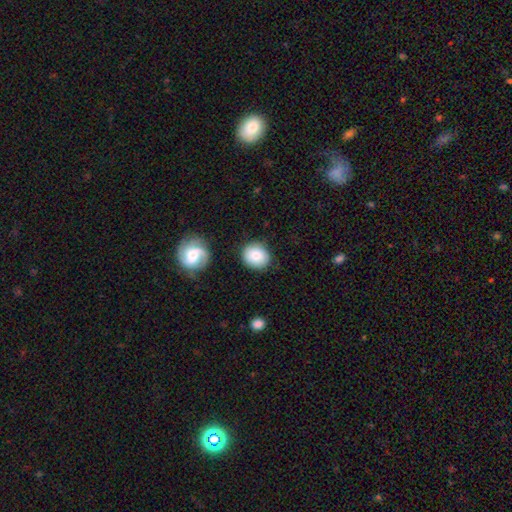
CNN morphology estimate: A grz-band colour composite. It shows a smooth galaxy with no disk features (79%) that is round (78%). Merging: none (81%).